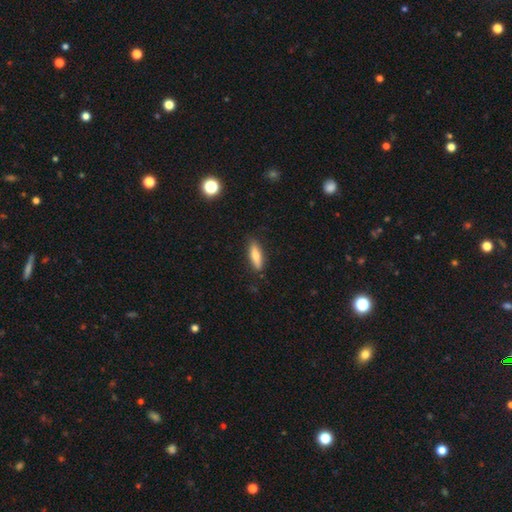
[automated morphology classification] Smooth or featured?
  - smooth: 72% *
  - featured or disk: 22%
  - star or artifact: 6%
How rounded?
  - cigar-shaped: 59% *
  - in between: 39%
  - round: 2%
Merging?
  - none: 85% *
  - minor disturbance: 12%
  - major disturbance: 2%
  - merger: 1%